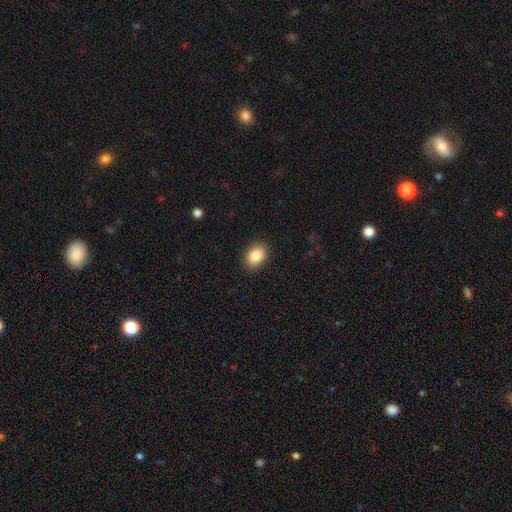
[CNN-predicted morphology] Overall: smooth (85%). How rounded: in between (75%). Merging: none (89%).